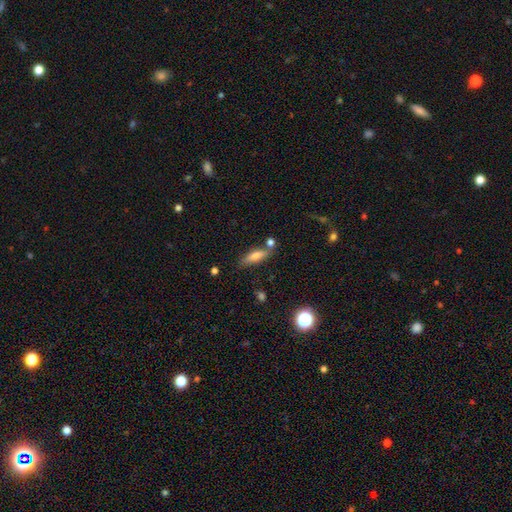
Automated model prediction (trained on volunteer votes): This is likely a smooth galaxy (64%). How rounded: possibly cigar-shaped (53%). Merging: likely none (72%).